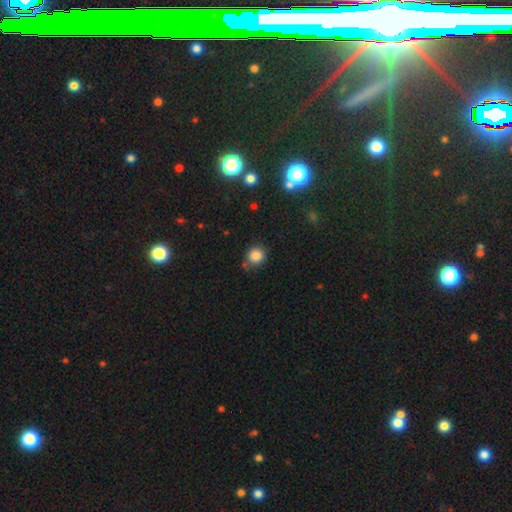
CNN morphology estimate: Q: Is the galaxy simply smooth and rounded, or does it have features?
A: smooth — 84%.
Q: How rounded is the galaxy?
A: round — 86%.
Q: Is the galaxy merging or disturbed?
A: none — 72%.